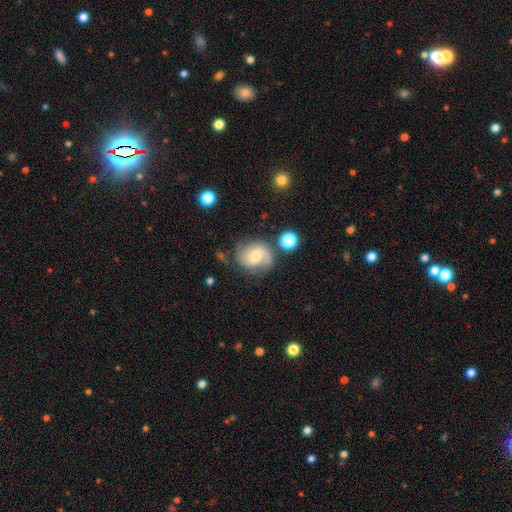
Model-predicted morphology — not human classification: This appears to be a featured or disk galaxy (65%) with no bar (48%), 2 (71%) medium (45%) spiral arms (90%) and a moderate central bulge (50%). Merging: none (63%).